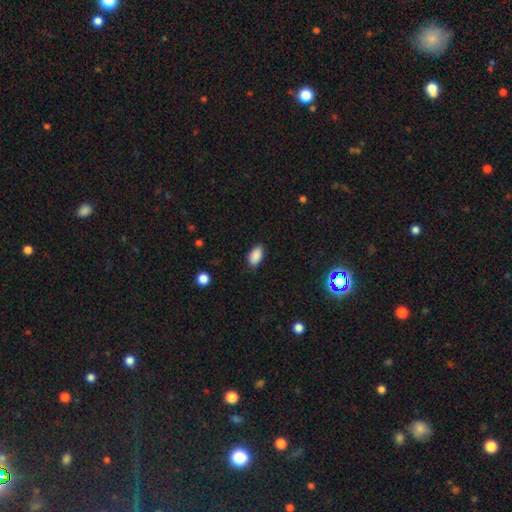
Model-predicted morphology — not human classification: Overall: smooth (88%). How rounded: in between (93%). Merging: none (82%).